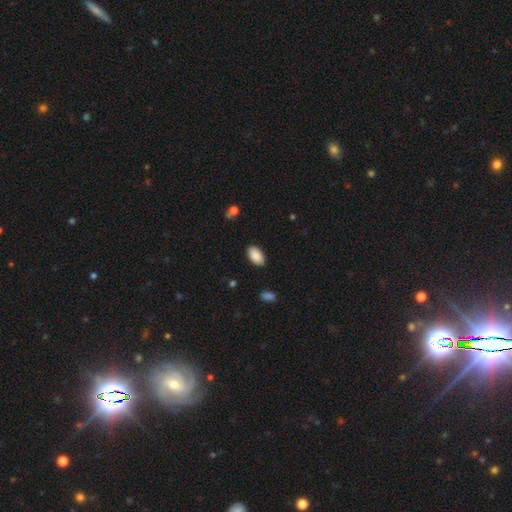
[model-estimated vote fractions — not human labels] Smooth or featured? smooth (89%)
How rounded? in between (95%)
Merging? none (88%)